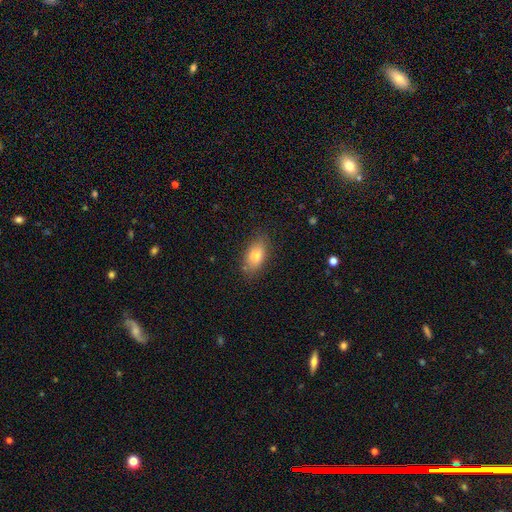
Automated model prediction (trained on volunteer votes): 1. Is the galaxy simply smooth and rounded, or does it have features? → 79% smooth, 13% featured or disk, 8% star or artifact.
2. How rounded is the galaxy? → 89% in between, 7% round, 4% cigar-shaped.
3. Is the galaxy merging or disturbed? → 80% none, 15% minor disturbance, 3% major disturbance, 2% merger.